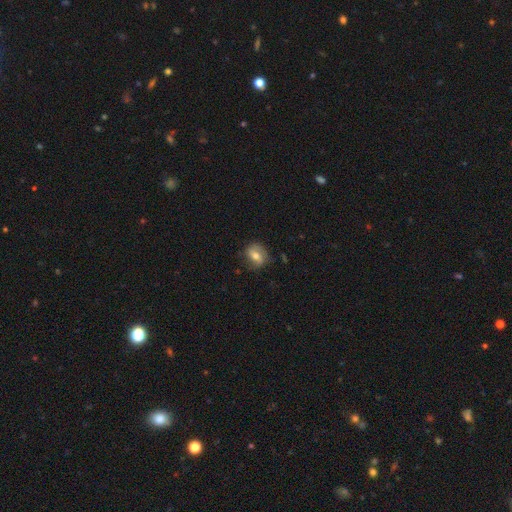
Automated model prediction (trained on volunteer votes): This is possibly a smooth galaxy (49%). Merging: likely none (69%).